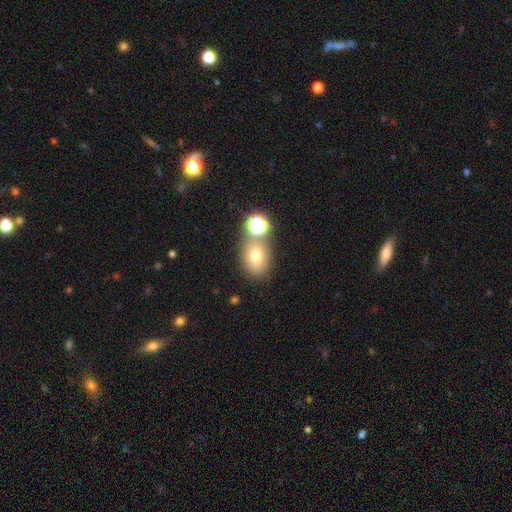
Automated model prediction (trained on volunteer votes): Overall: smooth (70%). How rounded: in between (58%; round 41%). Merging: none (61%).